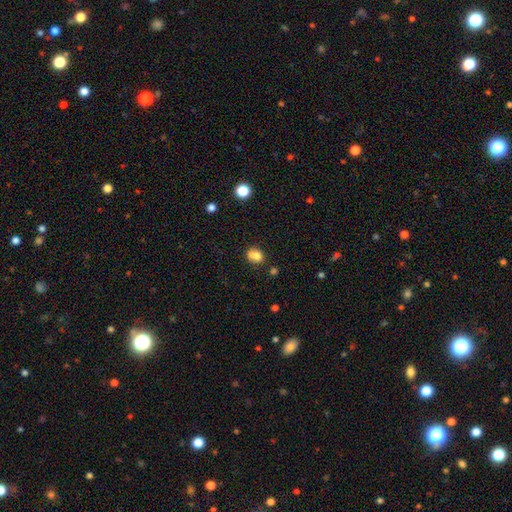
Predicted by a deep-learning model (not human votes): Overall: smooth (75%). How rounded: round (58%; in between 41%). Merging: none (43%; merger 36%).